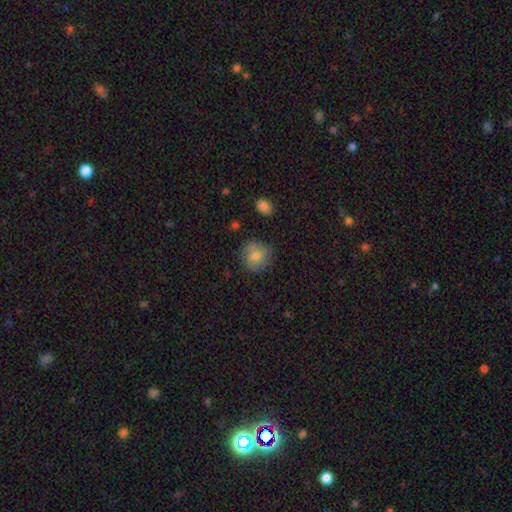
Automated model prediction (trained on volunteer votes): smooth_or_featured: smooth (p=0.76) [alt: featured or disk p=0.14]
how_rounded: round (p=0.91) [alt: in between p=0.08]
merging: none (p=0.82) [alt: minor disturbance p=0.12]